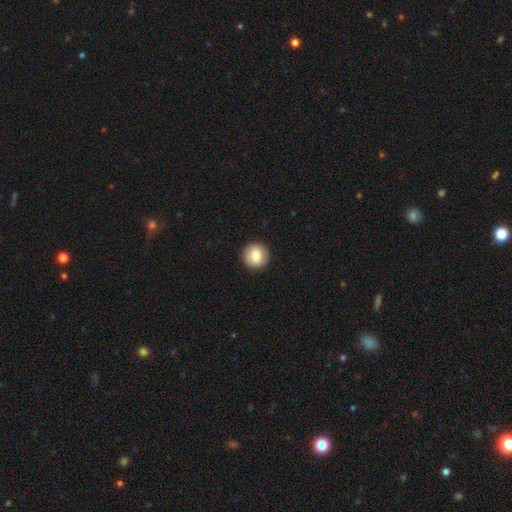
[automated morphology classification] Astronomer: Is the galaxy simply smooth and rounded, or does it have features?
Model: smooth — 84%.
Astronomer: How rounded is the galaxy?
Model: round — 95%.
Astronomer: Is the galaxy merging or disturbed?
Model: none — 92%.